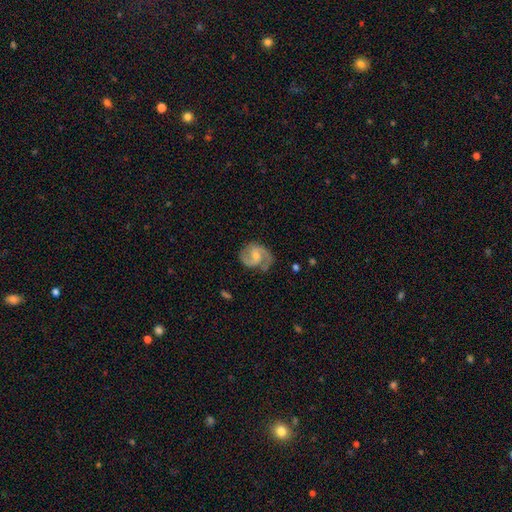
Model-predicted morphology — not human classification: smooth-or-featured: featured or disk: 84% | smooth: 11% | star or artifact: 5%
  disk-edge-on: no: 98% | yes: 2%
    bar: weak: 46% | no: 44% | strong: 10%
    has-spiral-arms: yes: 96% | no: 4%
      spiral-winding: medium: 55% | tight: 27% | loose: 18%
      spiral-arm-count: 2: 88% | 1: 4% | can't tell: 4% | 3: 2% | 4: 1% | more than 4: 1%
    bulge-size: small: 48% | moderate: 43% | none: 6% | large: 2% | dominant: 1%
  merging: none: 72% | minor disturbance: 19% | major disturbance: 7% | merger: 2%